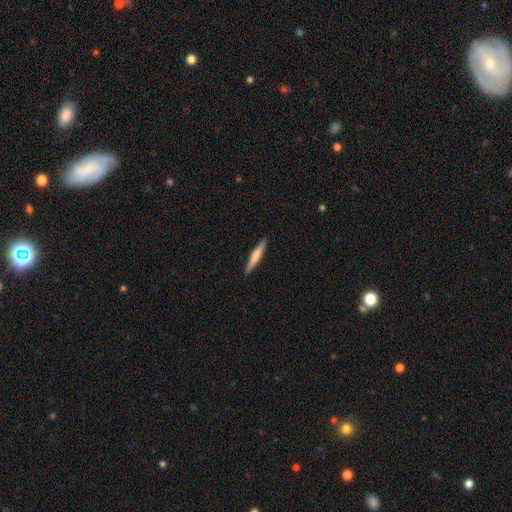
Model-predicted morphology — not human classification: A smooth galaxy with no disk features (59%) that is cigar-shaped (94%).

Vote fractions:
- Smooth or featured? smooth: 59% / featured or disk: 36% / star or artifact: 5%
- How rounded? cigar-shaped: 94% / in between: 5% / round: 1%
- Merging? none: 91% / minor disturbance: 6% / major disturbance: 1% / merger: 1%